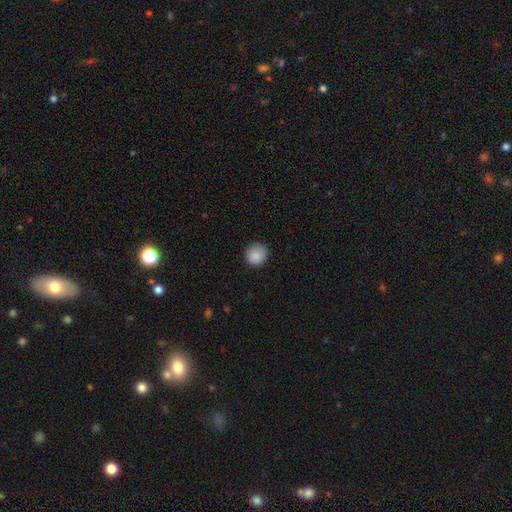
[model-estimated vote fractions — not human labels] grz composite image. It shows a smooth galaxy with no disk features (88%) that is round (93%). Merging: none (87%).